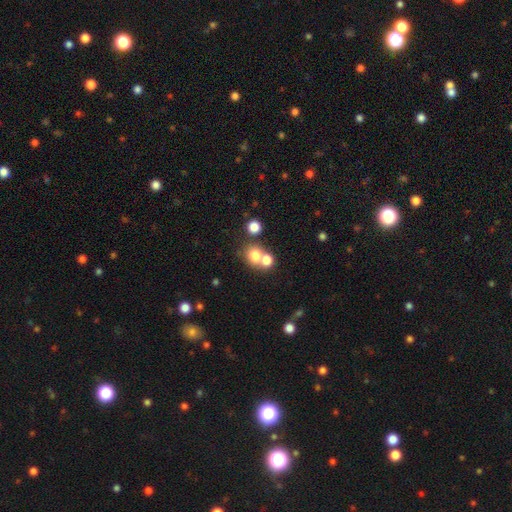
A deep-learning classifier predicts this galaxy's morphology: Smooth or featured: smooth — 75% (featured or disk — 13%)
How rounded: round — 76% (in between — 23%)
Merging: merger — 51% (none — 40%)